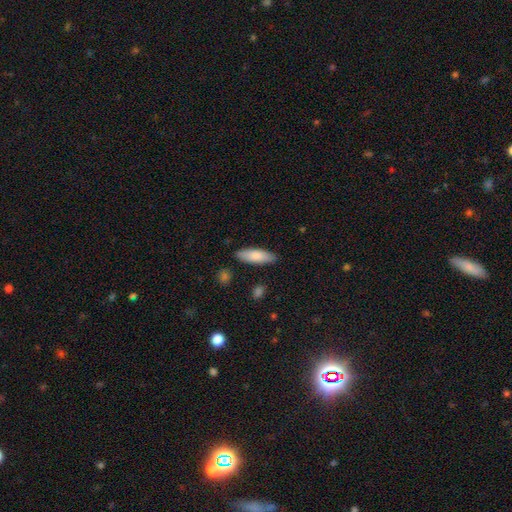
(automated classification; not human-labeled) This appears to be a smooth galaxy with no disk features (82%) that is in between round and cigar-shaped (58%). Merging: none (86%).